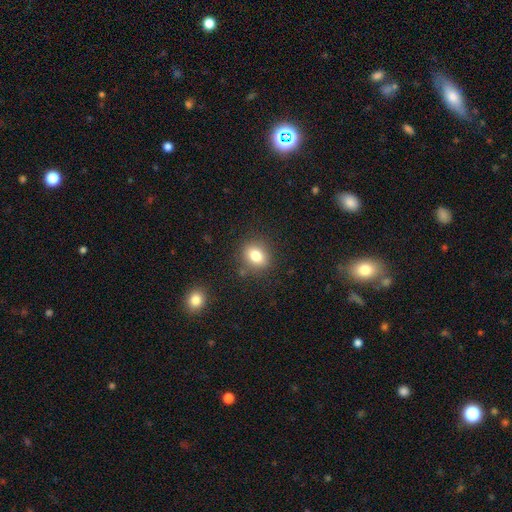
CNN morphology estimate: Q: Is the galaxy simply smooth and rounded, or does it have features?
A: smooth — 81%.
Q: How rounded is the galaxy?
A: in between — 51%.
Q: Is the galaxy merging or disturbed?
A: none — 84%.